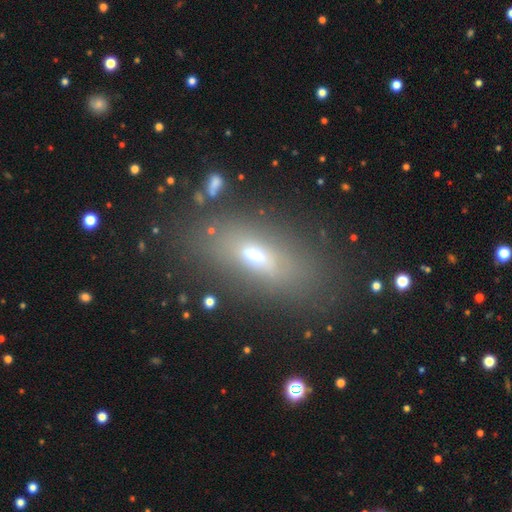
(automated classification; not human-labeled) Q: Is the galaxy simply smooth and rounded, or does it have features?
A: smooth — 59%.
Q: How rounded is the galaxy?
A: in between — 73%.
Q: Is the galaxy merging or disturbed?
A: none — 79%.